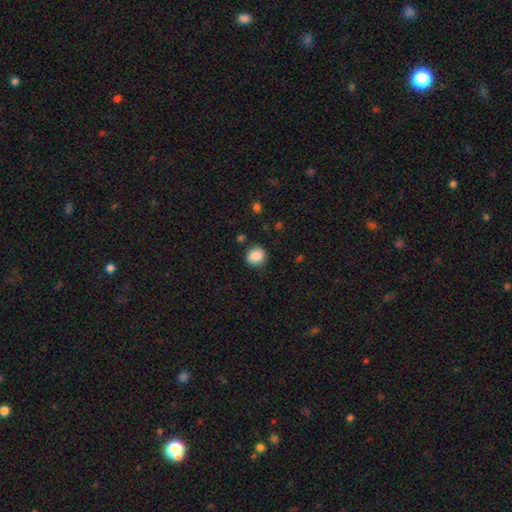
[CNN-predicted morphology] Q: Smooth or featured?
A: smooth (88%); runner-up: star or artifact (9%)
Q: How rounded?
A: round (80%); runner-up: in between (19%)
Q: Merging?
A: none (85%); runner-up: minor disturbance (11%)